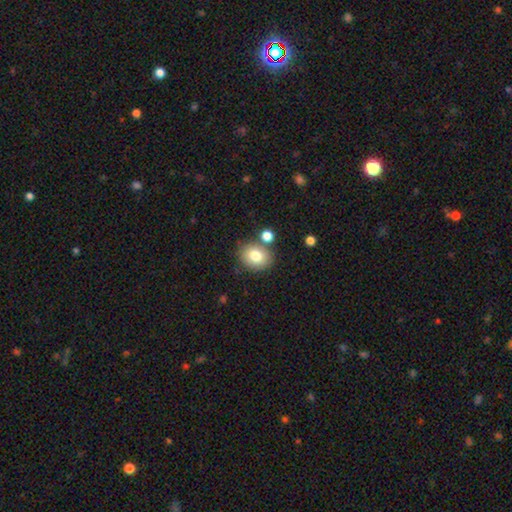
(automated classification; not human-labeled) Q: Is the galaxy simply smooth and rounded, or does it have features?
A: smooth — 79%.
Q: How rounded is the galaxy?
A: round — 54%.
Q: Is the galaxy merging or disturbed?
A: none — 73%.